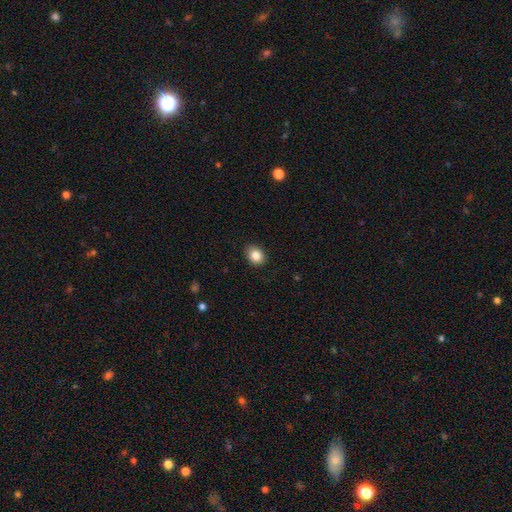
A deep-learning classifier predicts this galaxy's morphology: smooth-or-featured: smooth: 85% | star or artifact: 9% | featured or disk: 6%
  how-rounded: in between: 57% | round: 42% | cigar-shaped: 1%
  merging: none: 87% | minor disturbance: 10% | major disturbance: 2% | merger: 1%